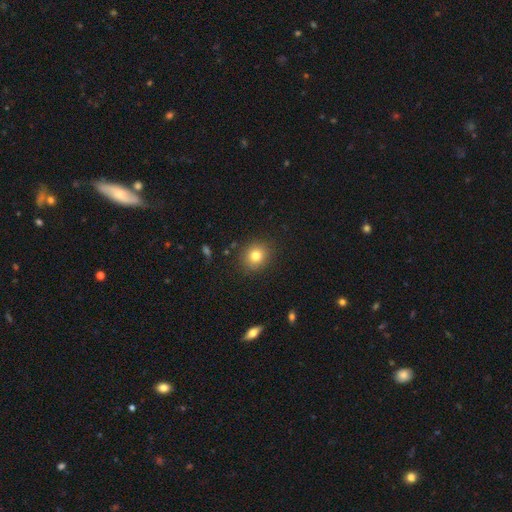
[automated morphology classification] Smooth or featured?
  - smooth: 79% *
  - star or artifact: 12%
  - featured or disk: 9%
How rounded?
  - round: 81% *
  - in between: 18%
  - cigar-shaped: 1%
Merging?
  - none: 88% *
  - minor disturbance: 9%
  - major disturbance: 2%
  - merger: 1%